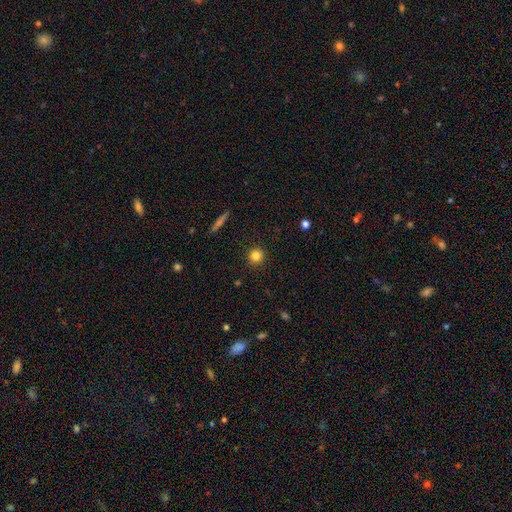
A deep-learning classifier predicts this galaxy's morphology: Overall: smooth (82%). How rounded: round (93%). Merging: none (92%).